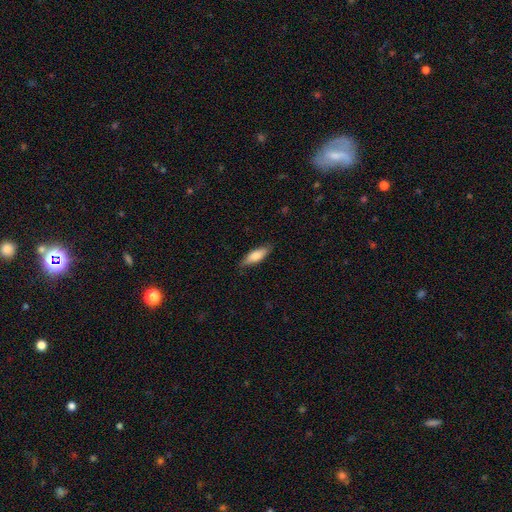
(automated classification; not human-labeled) Smooth or featured? smooth (78%)
How rounded? in between (61%)
Merging? none (80%)